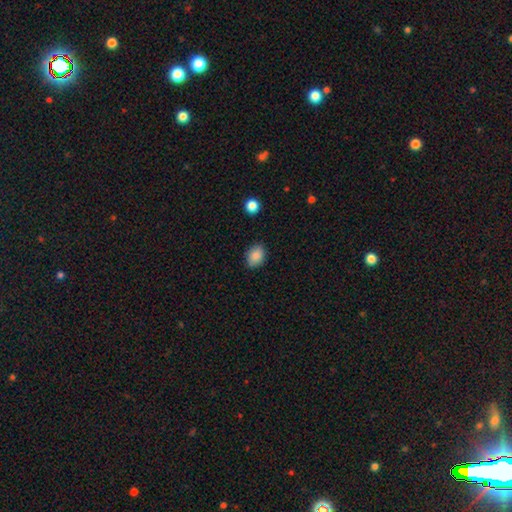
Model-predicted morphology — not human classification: smooth-or-featured: smooth: 88% | star or artifact: 8% | featured or disk: 4%
  how-rounded: in between: 71% | round: 28% | cigar-shaped: 1%
  merging: none: 84% | minor disturbance: 12% | major disturbance: 3% | merger: 1%